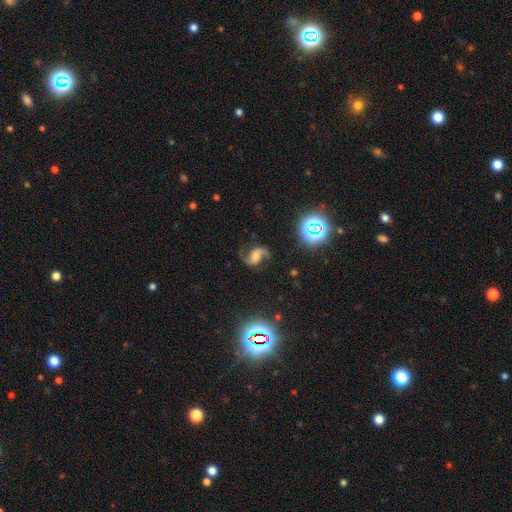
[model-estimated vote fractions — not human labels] Q: Smooth or featured?
A: featured or disk (82%); runner-up: star or artifact (10%)
Q: Edge-on disk?
A: no (98%); runner-up: yes (2%)
Q: Bar?
A: no (44%); runner-up: weak (39%)
Q: Spiral arms?
A: yes (97%); runner-up: no (3%)
Q: Spiral winding?
A: loose (64%); runner-up: medium (30%)
Q: Spiral arm count?
A: 2 (93%); runner-up: 1 (2%)
Q: Bulge size?
A: moderate (38%); runner-up: small (25%)
Q: Merging?
A: none (76%); runner-up: minor disturbance (14%)